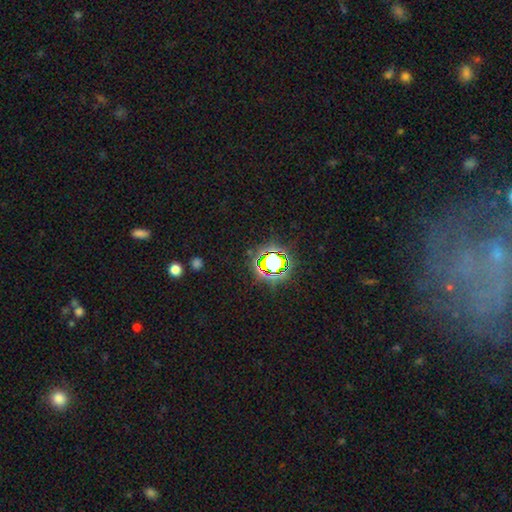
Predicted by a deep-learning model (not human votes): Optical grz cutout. It shows a star or artifact, not a galaxy (77%).